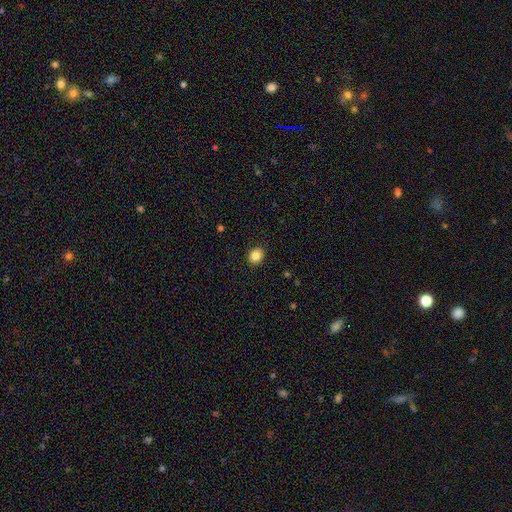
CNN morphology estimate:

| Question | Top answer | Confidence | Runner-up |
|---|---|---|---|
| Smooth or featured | smooth | 85% | star or artifact (10%) |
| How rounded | round | 64% | in between (35%) |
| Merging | none | 91% | minor disturbance (7%) |